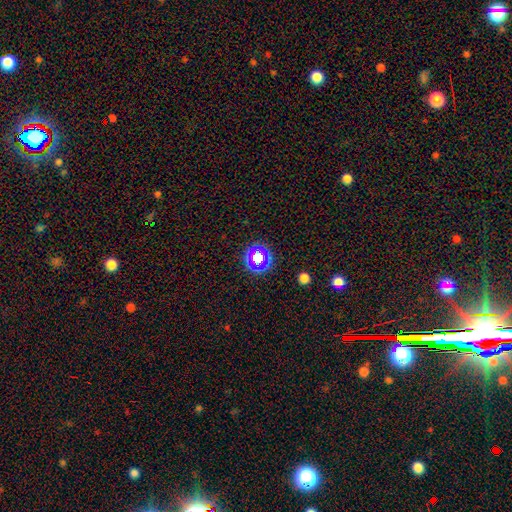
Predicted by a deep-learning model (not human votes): A star or artifact, not a galaxy (54%).